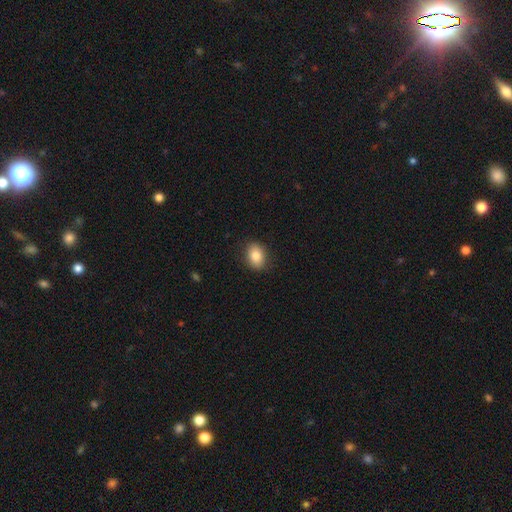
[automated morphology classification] Smooth or featured: smooth — 83% (star or artifact — 8%)
How rounded: in between — 70% (round — 29%)
Merging: none — 87% (minor disturbance — 10%)